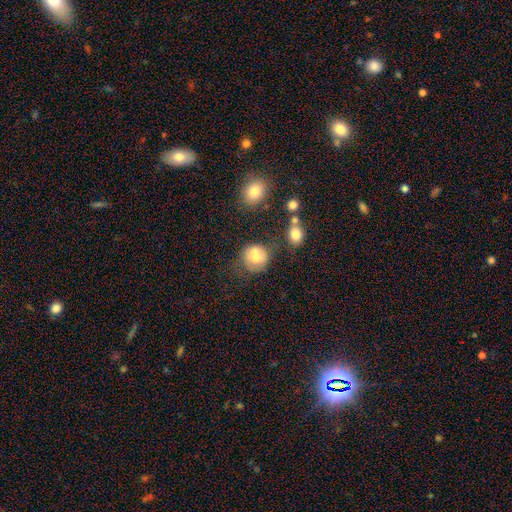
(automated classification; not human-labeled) The model was most divided on "merging": none: 47%, minor disturbance: 21%, merger: 21%, major disturbance: 11%. More confident: how rounded — round (76%); smooth or featured — smooth (67%).